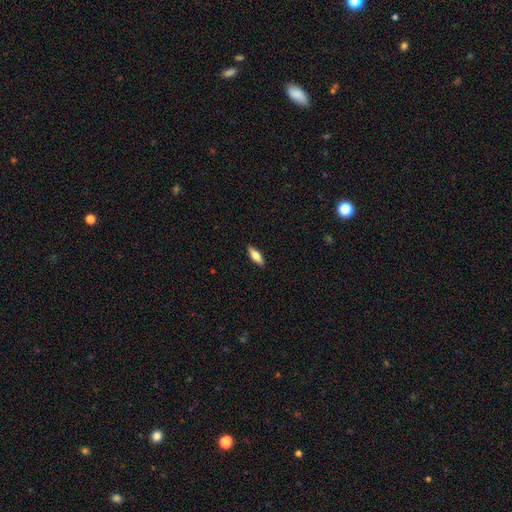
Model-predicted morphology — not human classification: Smooth or featured? smooth (65%)
How rounded? in between (56%)
Merging? none (89%)